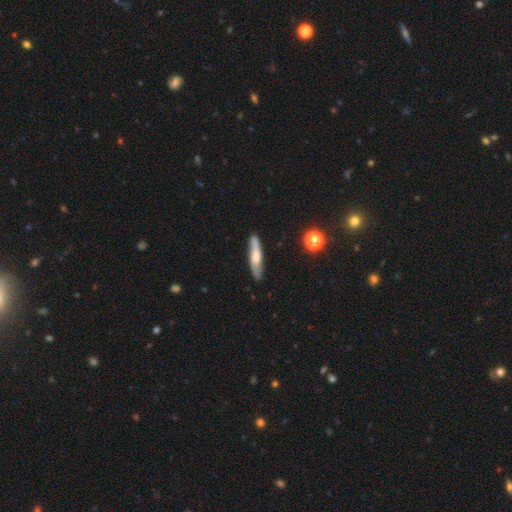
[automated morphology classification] This appears to be a smooth galaxy with no disk features (51%) that is cigar-shaped (86%). Merging: none (83%).